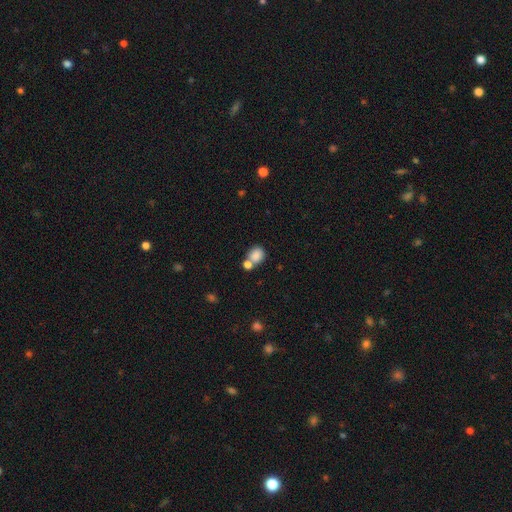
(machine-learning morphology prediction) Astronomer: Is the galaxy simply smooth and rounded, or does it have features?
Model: smooth — 84%.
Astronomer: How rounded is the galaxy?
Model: round — 73%.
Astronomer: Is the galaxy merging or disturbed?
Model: none — 48% (runner-up: merger, 36%).